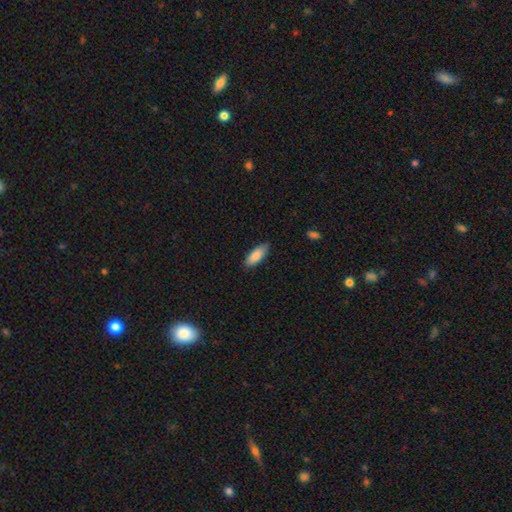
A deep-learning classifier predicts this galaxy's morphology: A smooth galaxy with no disk features (87%) that is in between round and cigar-shaped (73%).

Vote fractions:
- Smooth or featured? smooth: 87% / featured or disk: 7% / star or artifact: 6%
- How rounded? in between: 73% / cigar-shaped: 25% / round: 2%
- Merging? none: 84% / minor disturbance: 13% / major disturbance: 2% / merger: 1%